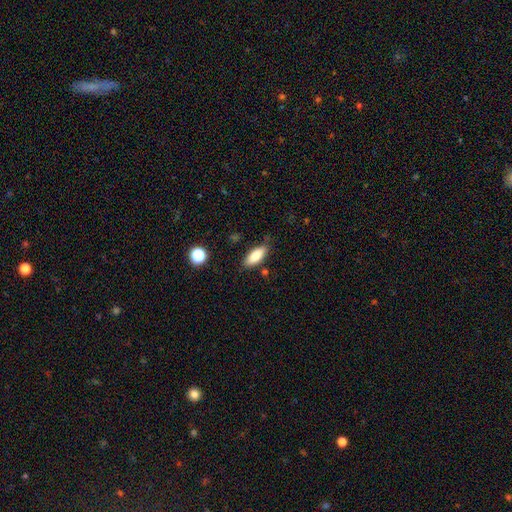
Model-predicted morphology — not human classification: This is clearly a smooth galaxy (83%). How rounded: likely in between (77%). Merging: likely none (77%).